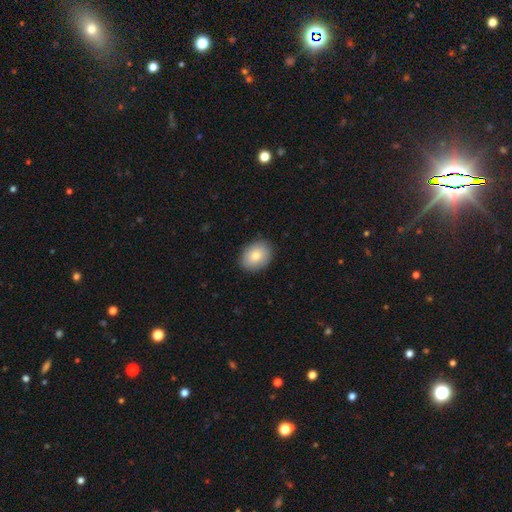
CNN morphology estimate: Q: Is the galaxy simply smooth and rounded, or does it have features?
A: smooth — 82%.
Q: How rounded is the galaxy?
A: in between — 58%.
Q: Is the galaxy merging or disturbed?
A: none — 88%.